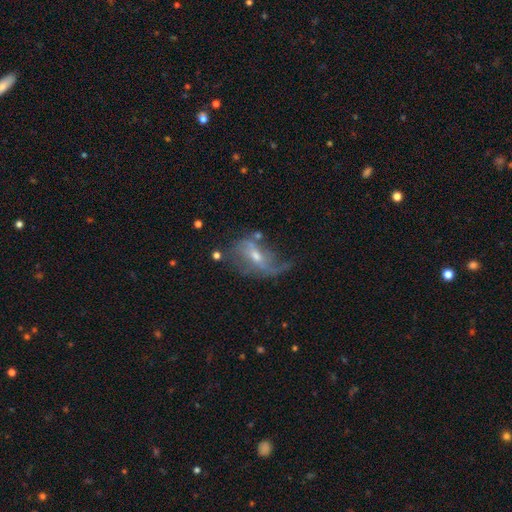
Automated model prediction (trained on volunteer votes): Smooth or featured? featured or disk (70%)
Edge-on disk? no (92%)
Bar? weak (42%)
Spiral arms? yes (78%)
Spiral winding? loose (69%)
Spiral arm count? 2 (48%)
Bulge size? moderate (49%)
Merging? none (38%)